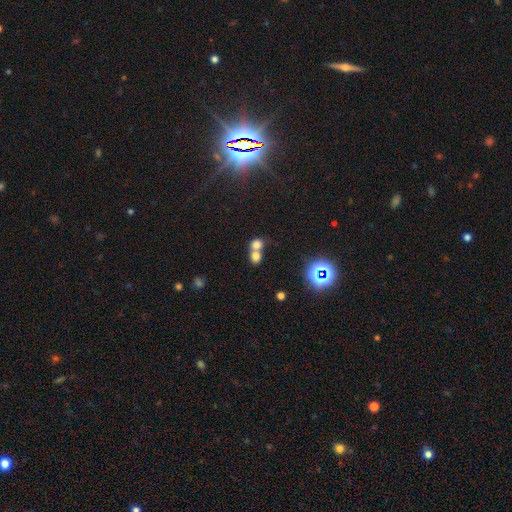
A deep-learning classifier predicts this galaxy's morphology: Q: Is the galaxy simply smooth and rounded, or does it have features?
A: smooth — 71%.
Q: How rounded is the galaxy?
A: round — 70%.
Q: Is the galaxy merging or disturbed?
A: merger — 62%.